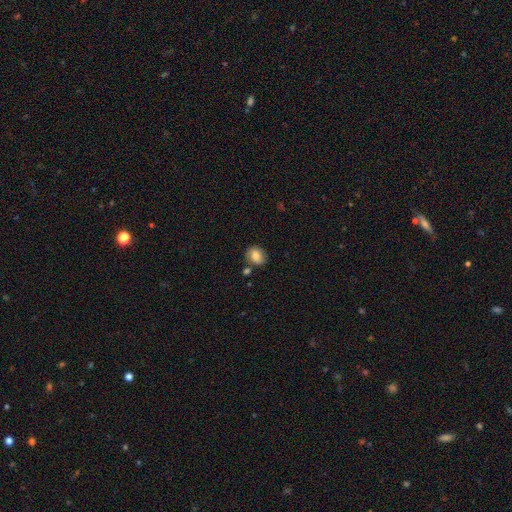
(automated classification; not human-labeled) This appears to be a smooth galaxy with no disk features (76%) that is round (55%). Merging: none (73%).